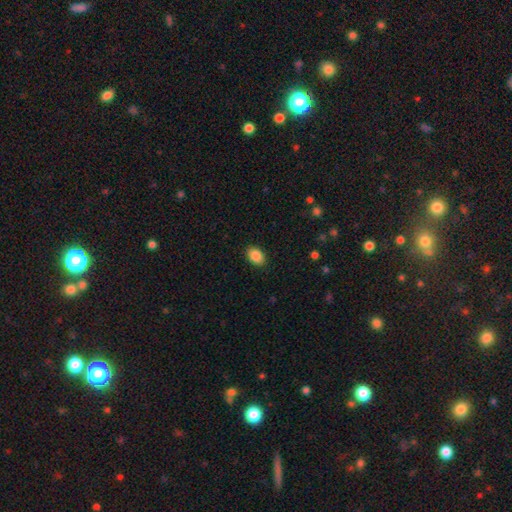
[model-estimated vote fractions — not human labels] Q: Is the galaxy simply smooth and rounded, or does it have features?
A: smooth — 88%.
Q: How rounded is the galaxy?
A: in between — 81%.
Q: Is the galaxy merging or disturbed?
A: none — 89%.